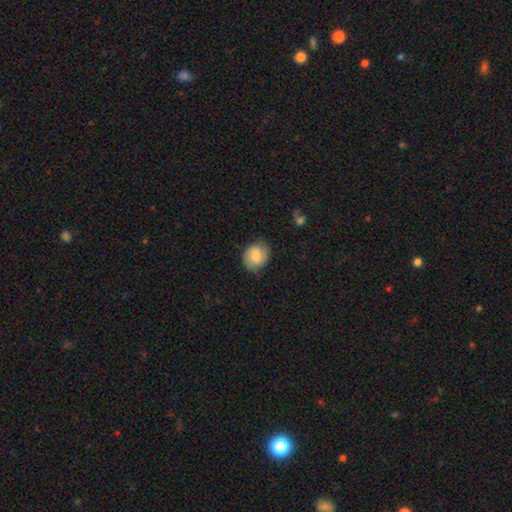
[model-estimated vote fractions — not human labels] A smooth galaxy with no disk features (53%) that is round (59%). Merging: none (74%).